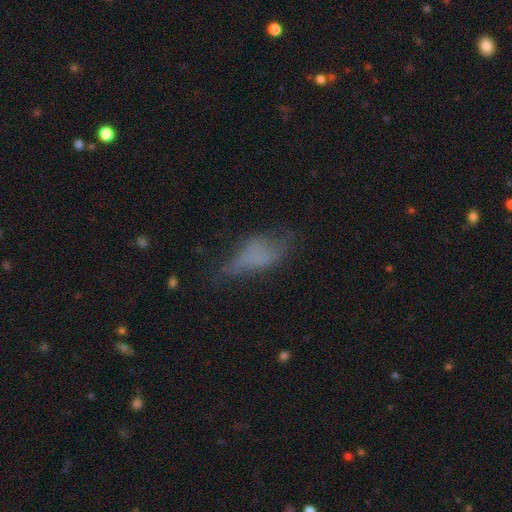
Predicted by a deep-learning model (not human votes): Smooth or featured: smooth — 59% (featured or disk — 26%)
How rounded: in between — 77% (cigar-shaped — 18%)
Merging: none — 37% (minor disturbance — 33%)